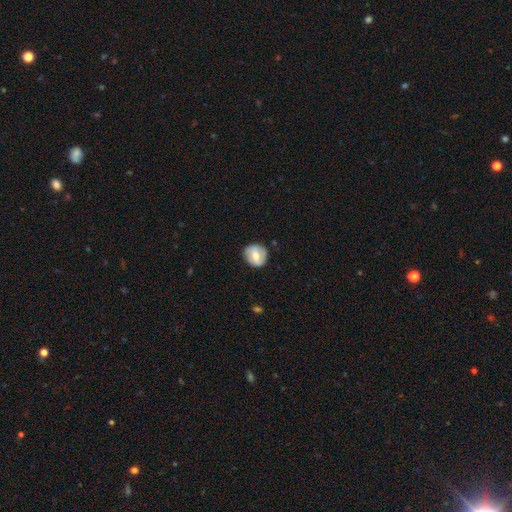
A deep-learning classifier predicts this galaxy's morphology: Q: Smooth or featured?
A: smooth (54%); runner-up: featured or disk (39%)
Q: How rounded?
A: round (84%); runner-up: in between (15%)
Q: Merging?
A: none (81%); runner-up: minor disturbance (14%)